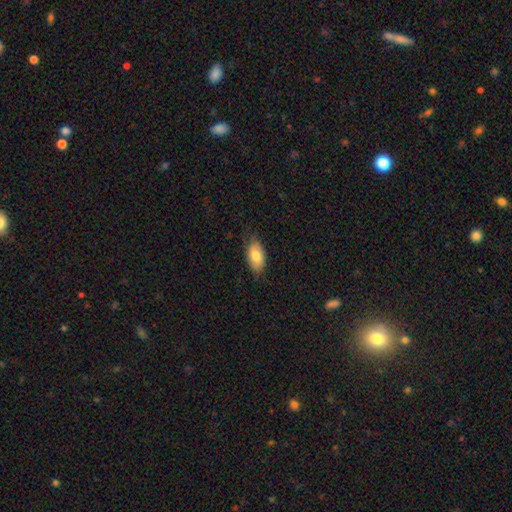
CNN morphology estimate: Q: Smooth or featured?
A: smooth (74%); runner-up: featured or disk (20%)
Q: How rounded?
A: in between (93%); runner-up: round (5%)
Q: Merging?
A: none (74%); runner-up: minor disturbance (21%)